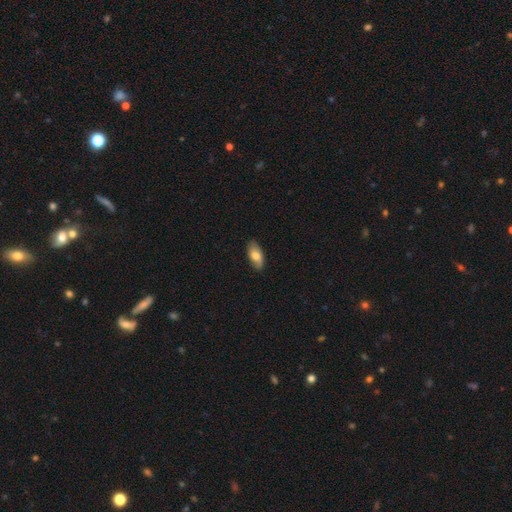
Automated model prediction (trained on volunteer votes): smooth-or-featured: smooth: 73% | featured or disk: 20% | star or artifact: 6%
  how-rounded: in between: 90% | cigar-shaped: 7% | round: 3%
  merging: none: 83% | minor disturbance: 14% | major disturbance: 2% | merger: 1%